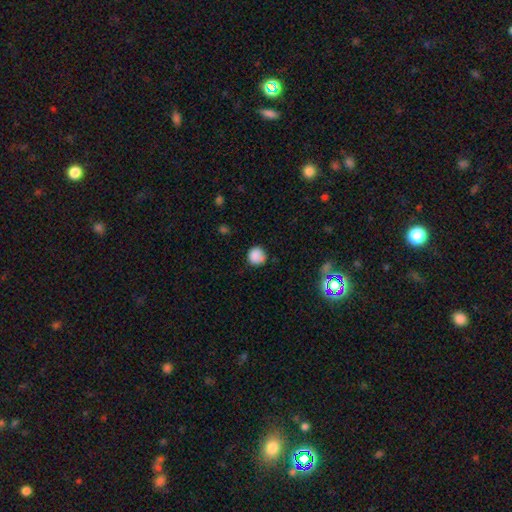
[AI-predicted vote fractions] Q: Smooth or featured?
A: smooth (85%); runner-up: star or artifact (10%)
Q: How rounded?
A: round (90%); runner-up: in between (9%)
Q: Merging?
A: none (75%); runner-up: minor disturbance (18%)